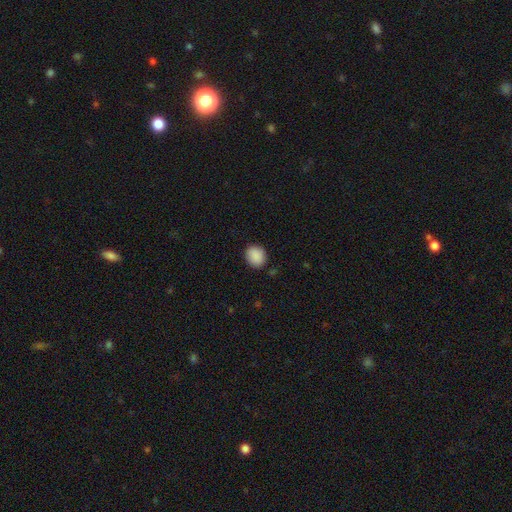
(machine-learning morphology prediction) Overall: smooth (90%). How rounded: round (73%). Merging: none (87%).